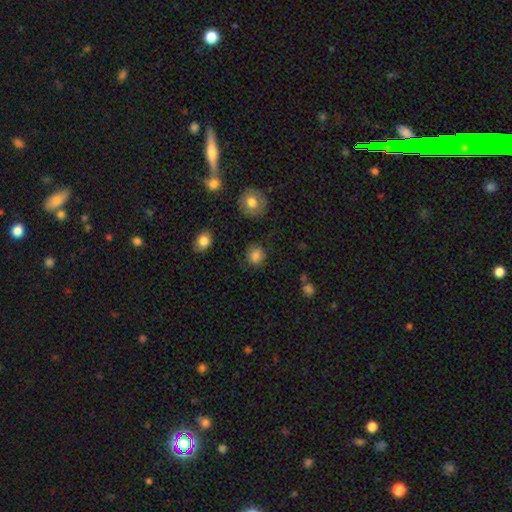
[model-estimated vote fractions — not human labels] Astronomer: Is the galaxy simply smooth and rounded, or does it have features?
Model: smooth — 84%.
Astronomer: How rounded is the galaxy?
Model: round — 83%.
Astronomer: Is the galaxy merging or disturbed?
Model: none — 85%.